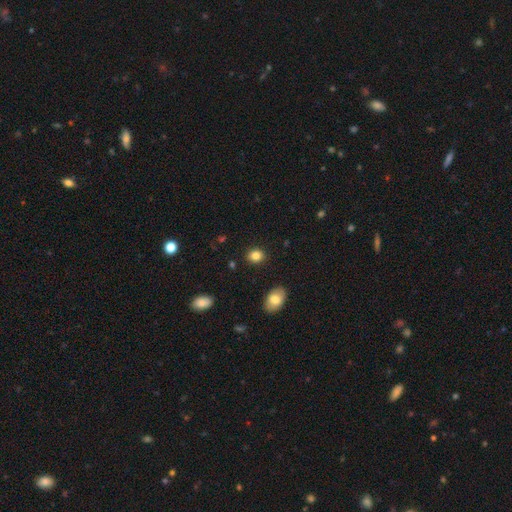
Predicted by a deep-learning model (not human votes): Smooth or featured?
  - smooth: 84% *
  - star or artifact: 10%
  - featured or disk: 6%
How rounded?
  - round: 62% *
  - in between: 37%
  - cigar-shaped: 1%
Merging?
  - none: 90% *
  - minor disturbance: 7%
  - major disturbance: 2%
  - merger: 2%